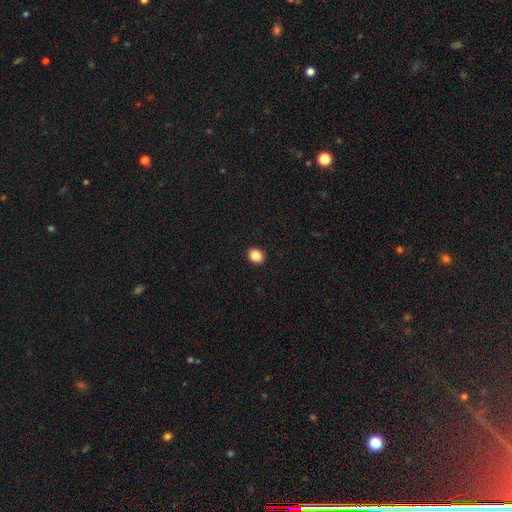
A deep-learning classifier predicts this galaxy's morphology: A smooth galaxy with no disk features (86%) that is round (65%). Merging: none (93%).